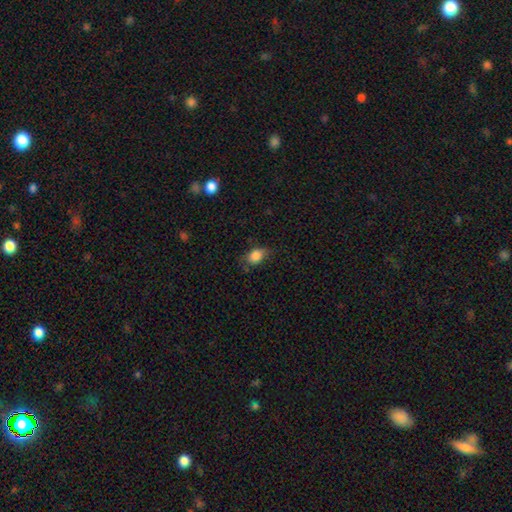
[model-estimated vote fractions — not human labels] This appears to be a smooth galaxy with no disk features (83%) that is in between round and cigar-shaped (72%). Merging: none (60%).